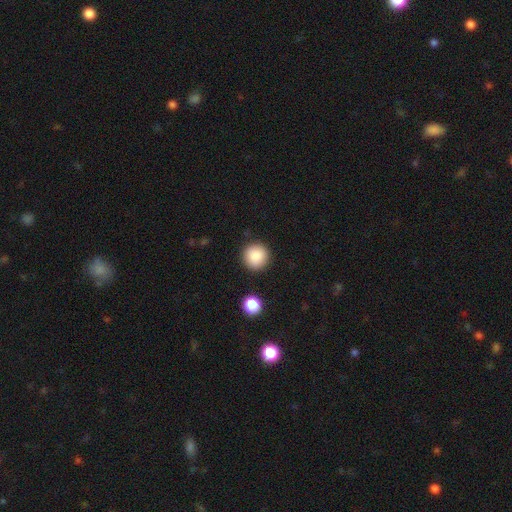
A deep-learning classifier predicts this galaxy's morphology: smooth_or_featured: smooth (p=0.87) [alt: star or artifact p=0.09]
how_rounded: round (p=0.95) [alt: in between p=0.05]
merging: none (p=0.89) [alt: minor disturbance p=0.06]